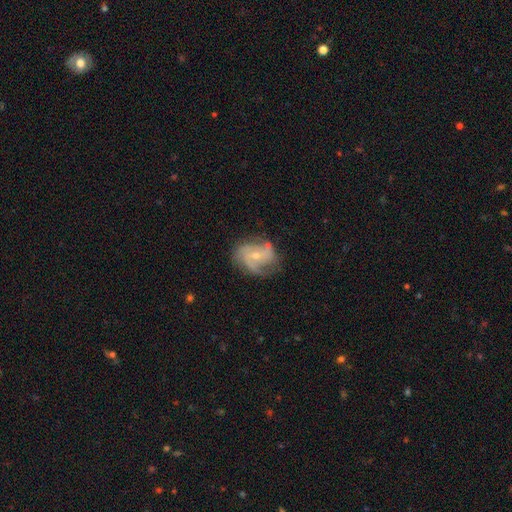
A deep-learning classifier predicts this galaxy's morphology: Smooth or featured? featured or disk (79%)
Edge-on disk? no (97%)
Bar? no (54%)
Spiral arms? yes (92%)
Spiral winding? medium (48%)
Spiral arm count? 2 (40%)
Bulge size? small (62%)
Merging? none (62%)